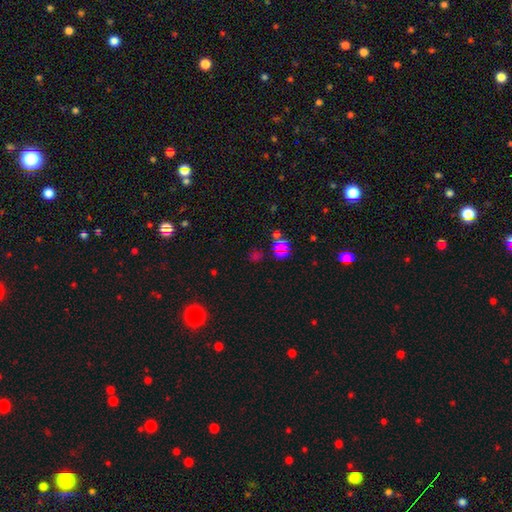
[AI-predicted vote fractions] Smooth or featured: star or artifact — 55% (smooth — 37%)